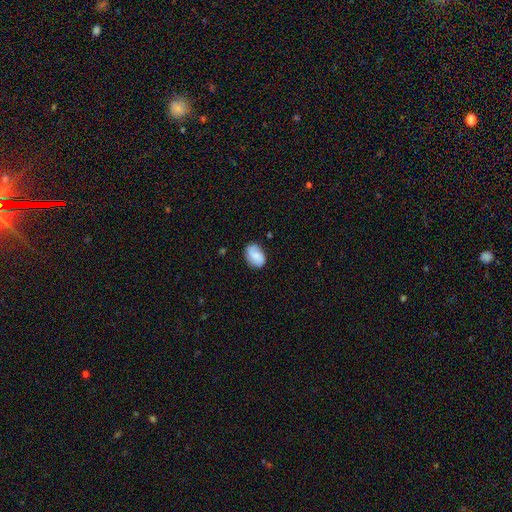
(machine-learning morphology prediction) Smooth or featured: smooth — 72% (featured or disk — 20%)
How rounded: in between — 82% (round — 17%)
Merging: none — 77% (minor disturbance — 18%)